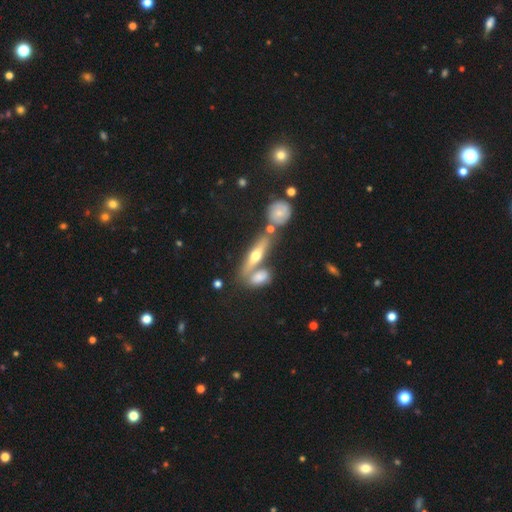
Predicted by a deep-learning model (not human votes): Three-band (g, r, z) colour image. It shows a featured or disk galaxy (56%) viewed edge-on (84%). Merging: none (55%).